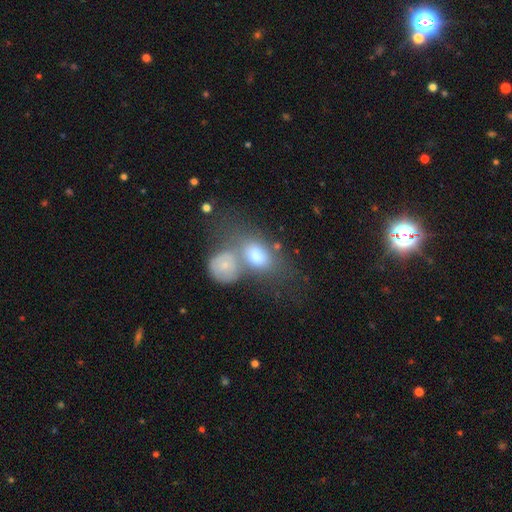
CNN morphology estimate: Q: Smooth or featured?
A: smooth (70%); runner-up: featured or disk (21%)
Q: How rounded?
A: in between (77%); runner-up: round (20%)
Q: Merging?
A: merger (51%); runner-up: none (26%)